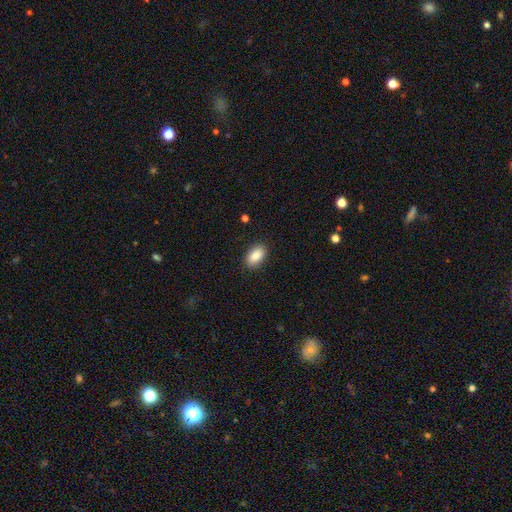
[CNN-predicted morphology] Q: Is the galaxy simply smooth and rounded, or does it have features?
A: smooth — 87%.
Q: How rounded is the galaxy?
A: in between — 92%.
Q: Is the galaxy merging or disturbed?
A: none — 88%.